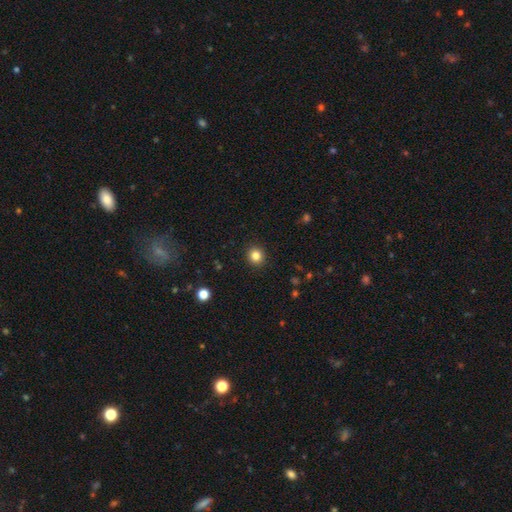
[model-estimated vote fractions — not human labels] Q: Smooth or featured?
A: smooth (83%); runner-up: star or artifact (12%)
Q: How rounded?
A: round (91%); runner-up: in between (9%)
Q: Merging?
A: none (92%); runner-up: minor disturbance (5%)